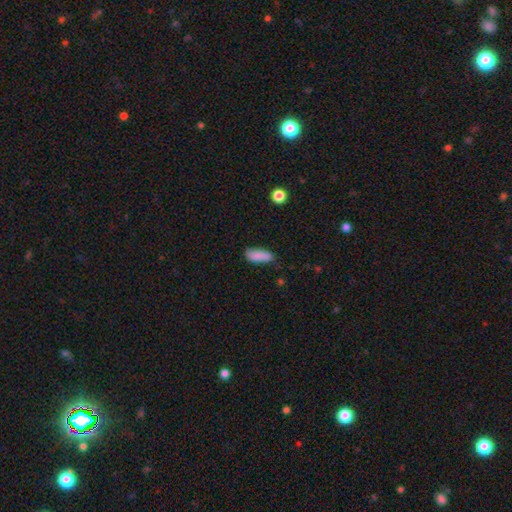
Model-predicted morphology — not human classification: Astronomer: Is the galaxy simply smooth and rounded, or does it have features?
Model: smooth — 85%.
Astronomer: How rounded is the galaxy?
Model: in between — 69%.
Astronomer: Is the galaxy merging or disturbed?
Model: none — 68%.